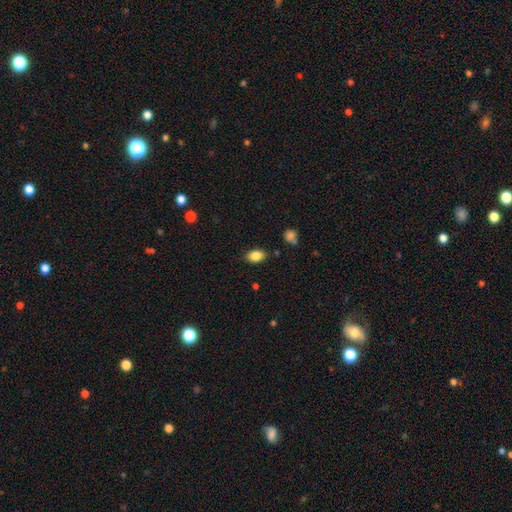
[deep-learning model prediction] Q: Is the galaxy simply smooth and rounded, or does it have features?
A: smooth — 86%.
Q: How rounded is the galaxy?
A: in between — 84%.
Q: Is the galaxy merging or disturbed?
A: none — 84%.